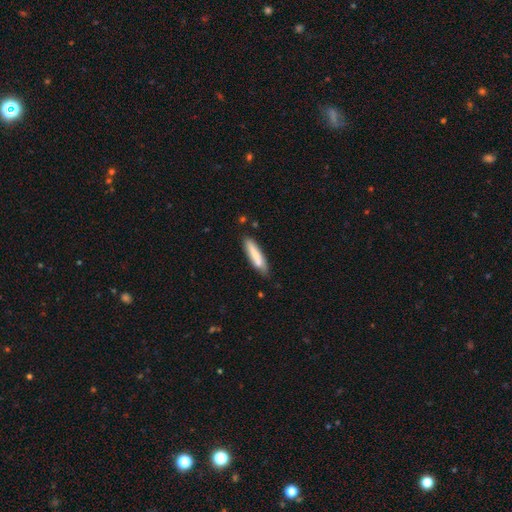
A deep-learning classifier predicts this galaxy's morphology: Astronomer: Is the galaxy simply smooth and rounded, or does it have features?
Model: smooth — 69%.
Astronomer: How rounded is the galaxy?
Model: cigar-shaped — 76%.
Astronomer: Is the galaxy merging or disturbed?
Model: none — 74%.